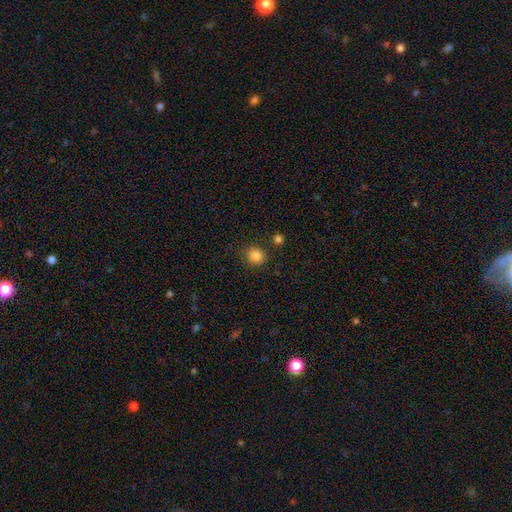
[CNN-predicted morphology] Smooth or featured? smooth (85%)
How rounded? round (87%)
Merging? none (84%)